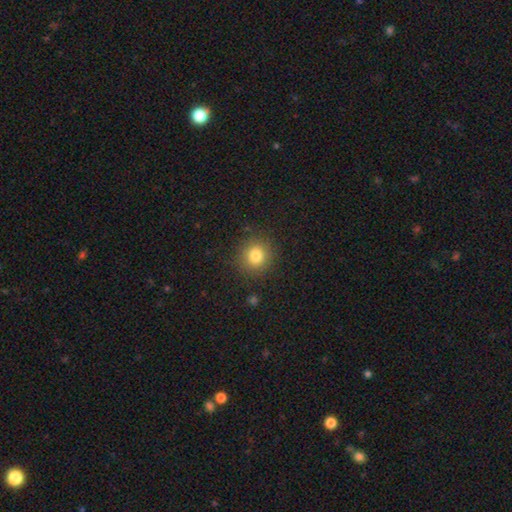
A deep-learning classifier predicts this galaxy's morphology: Q: Smooth or featured?
A: smooth (81%); runner-up: star or artifact (12%)
Q: How rounded?
A: round (89%); runner-up: in between (10%)
Q: Merging?
A: none (88%); runner-up: minor disturbance (8%)